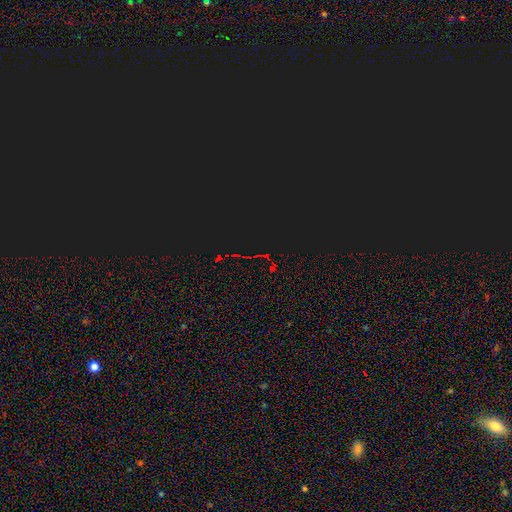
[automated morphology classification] Overall: star or artifact (82%).